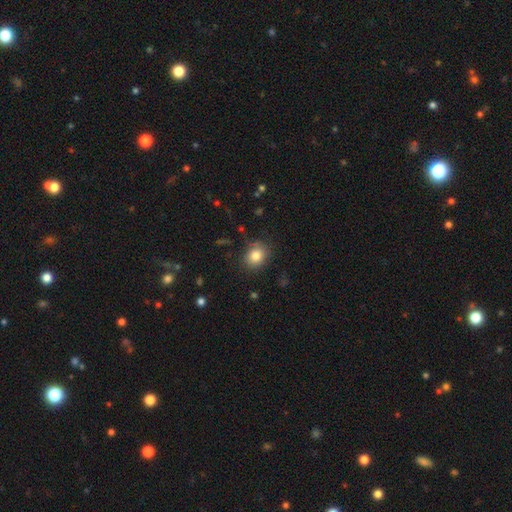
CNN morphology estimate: Smooth or featured: smooth — 82% (star or artifact — 10%)
How rounded: round — 62% (in between — 37%)
Merging: none — 81% (minor disturbance — 13%)